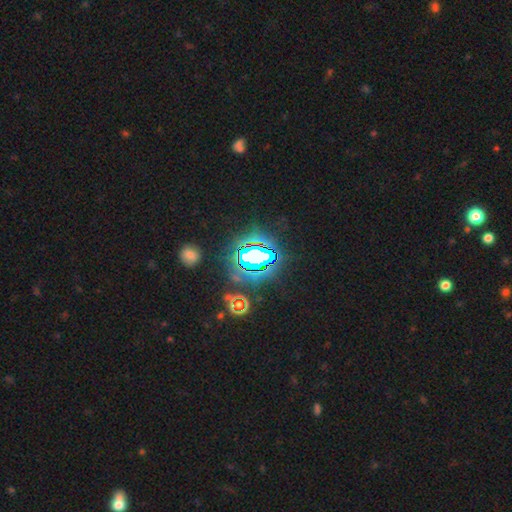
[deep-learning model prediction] Morphology: type=star or artifact (73%).